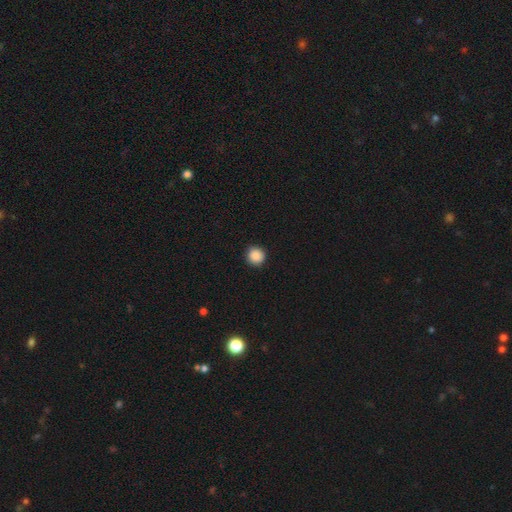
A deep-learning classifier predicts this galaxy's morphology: A smooth galaxy with no disk features (88%) that is round (94%).

Vote fractions:
- Smooth or featured? smooth: 88% / star or artifact: 9% / featured or disk: 3%
- How rounded? round: 94% / in between: 5% / cigar-shaped: 1%
- Merging? none: 92% / minor disturbance: 5% / major disturbance: 2% / merger: 1%